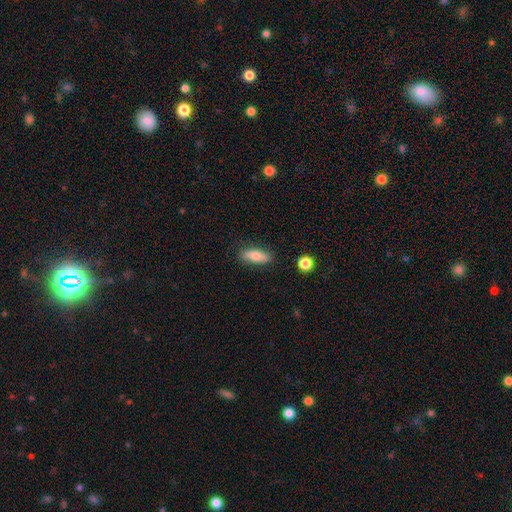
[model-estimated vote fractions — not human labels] smooth-or-featured: smooth: 72% | featured or disk: 21% | star or artifact: 7%
  how-rounded: in between: 73% | cigar-shaped: 24% | round: 3%
  merging: none: 83% | minor disturbance: 13% | major disturbance: 3% | merger: 2%